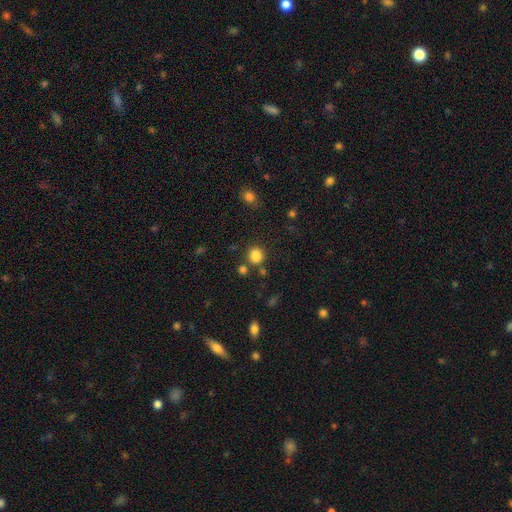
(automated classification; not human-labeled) Morphology: type=smooth (83%); roundness=round (72%); merging=none (75%).